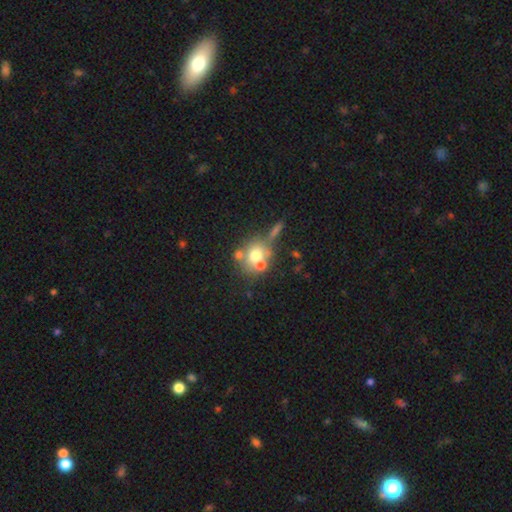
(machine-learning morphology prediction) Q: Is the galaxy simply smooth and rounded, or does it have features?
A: smooth — 61%.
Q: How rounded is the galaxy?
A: round — 75%.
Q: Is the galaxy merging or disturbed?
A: none — 48%.